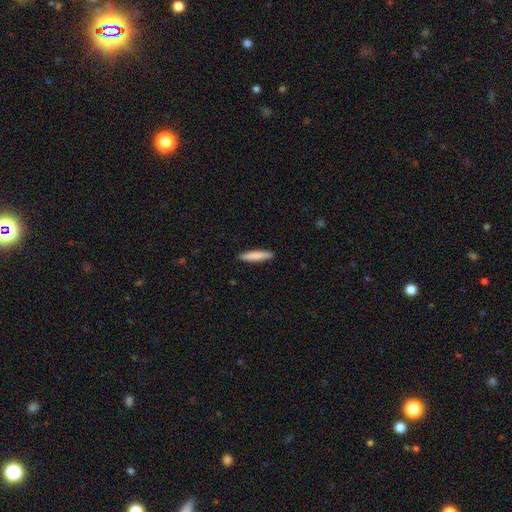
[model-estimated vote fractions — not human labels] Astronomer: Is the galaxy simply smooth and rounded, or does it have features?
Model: smooth — 83%.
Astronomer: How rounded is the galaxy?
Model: cigar-shaped — 89%.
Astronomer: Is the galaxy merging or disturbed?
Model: none — 91%.